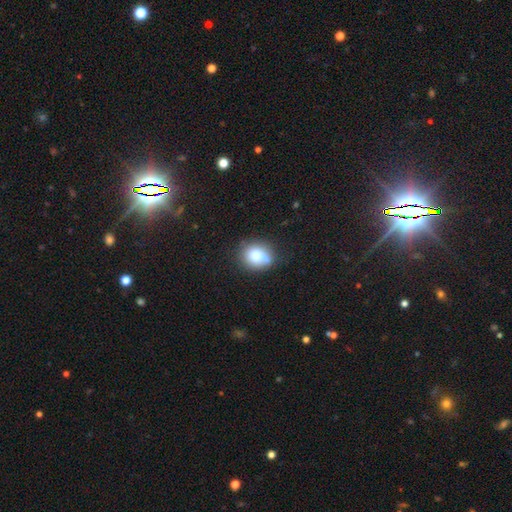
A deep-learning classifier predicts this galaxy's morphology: Q: Smooth or featured?
A: smooth (72%); runner-up: featured or disk (17%)
Q: How rounded?
A: round (71%); runner-up: in between (28%)
Q: Merging?
A: none (53%); runner-up: merger (20%)